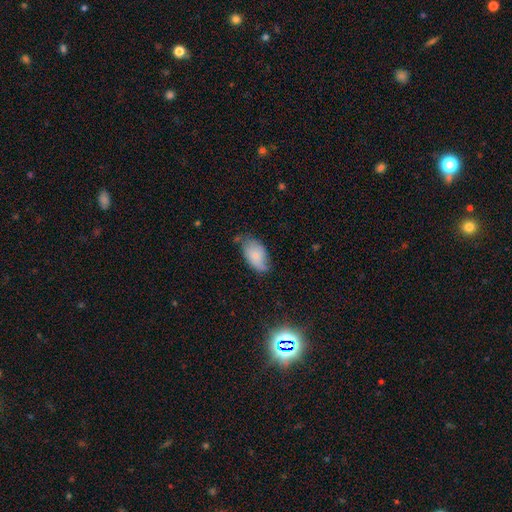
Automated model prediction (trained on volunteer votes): A smooth galaxy with no disk features (78%) that is in between round and cigar-shaped (94%). Merging: none (48%).